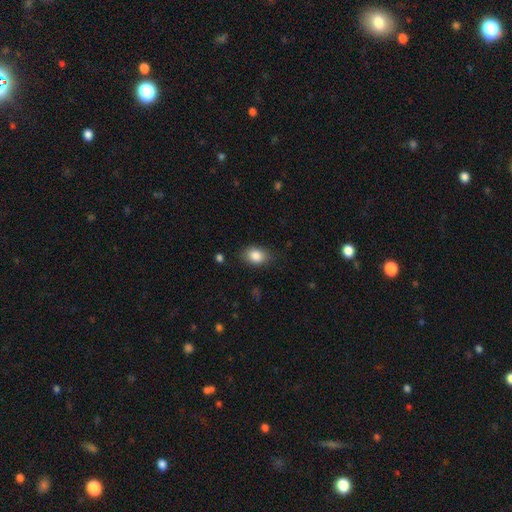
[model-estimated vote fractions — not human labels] Smooth or featured: smooth — 85% (star or artifact — 8%)
How rounded: in between — 72% (round — 26%)
Merging: none — 79% (minor disturbance — 16%)